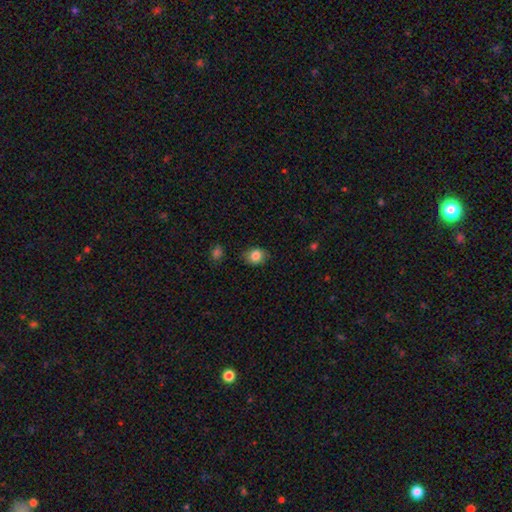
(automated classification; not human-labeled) Morphology: type=smooth (84%); roundness=round (50%); merging=none (81%).